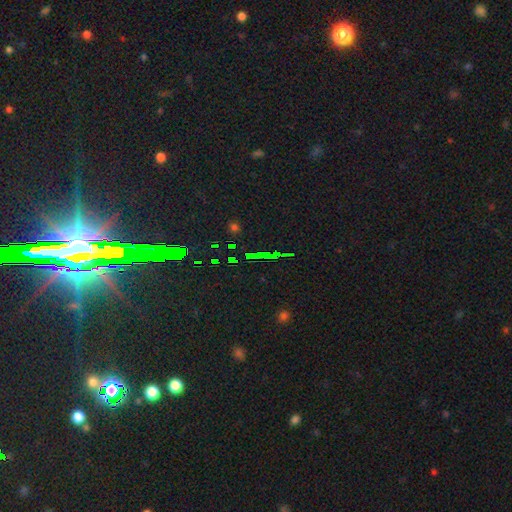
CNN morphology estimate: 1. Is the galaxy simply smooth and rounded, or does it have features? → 71% star or artifact, 16% smooth, 13% featured or disk.